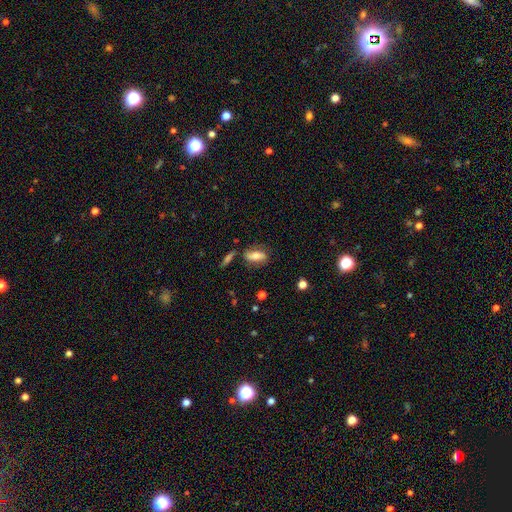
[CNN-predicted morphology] Overall: smooth (63%; featured or disk 28%). How rounded: in between (73%). Merging: none (68%).